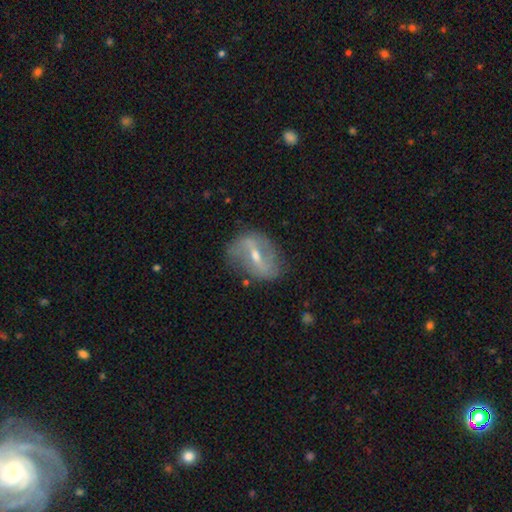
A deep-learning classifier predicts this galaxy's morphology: Q: Smooth or featured?
A: featured or disk (77%); runner-up: smooth (16%)
Q: Edge-on disk?
A: no (91%); runner-up: yes (9%)
Q: Bar?
A: strong (52%); runner-up: weak (36%)
Q: Spiral arms?
A: yes (72%); runner-up: no (28%)
Q: Spiral winding?
A: loose (58%); runner-up: medium (29%)
Q: Spiral arm count?
A: 2 (82%); runner-up: can't tell (10%)
Q: Bulge size?
A: moderate (49%); runner-up: small (46%)
Q: Merging?
A: none (72%); runner-up: minor disturbance (18%)